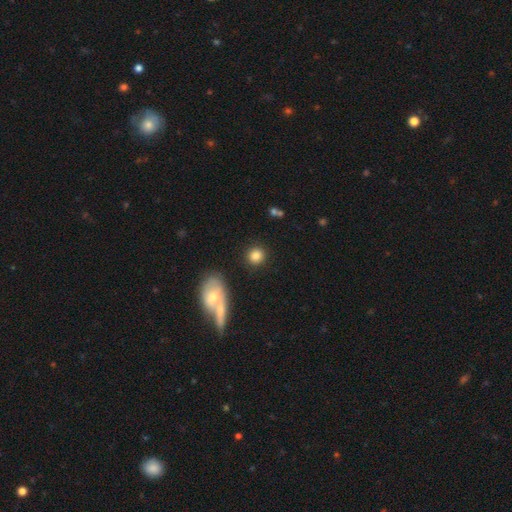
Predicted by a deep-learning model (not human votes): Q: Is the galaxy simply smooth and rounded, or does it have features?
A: smooth — 83%.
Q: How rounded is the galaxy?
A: round — 86%.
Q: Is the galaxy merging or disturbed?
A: none — 86%.